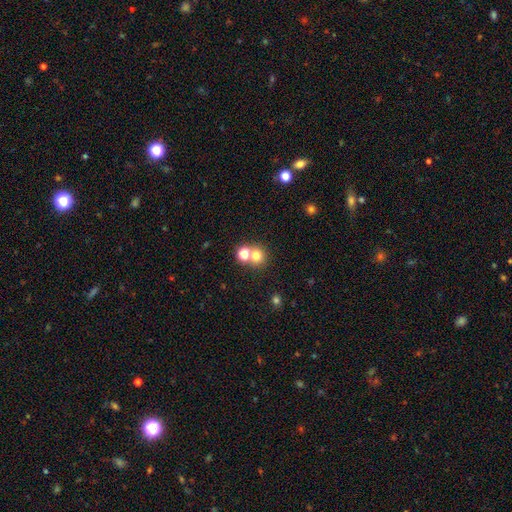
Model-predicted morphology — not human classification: A smooth galaxy with no disk features (72%) that is round (86%).

Vote fractions:
- Smooth or featured? smooth: 72% / star or artifact: 17% / featured or disk: 11%
- How rounded? round: 86% / in between: 13% / cigar-shaped: 1%
- Merging? none: 55% / merger: 36% / minor disturbance: 6% / major disturbance: 3%